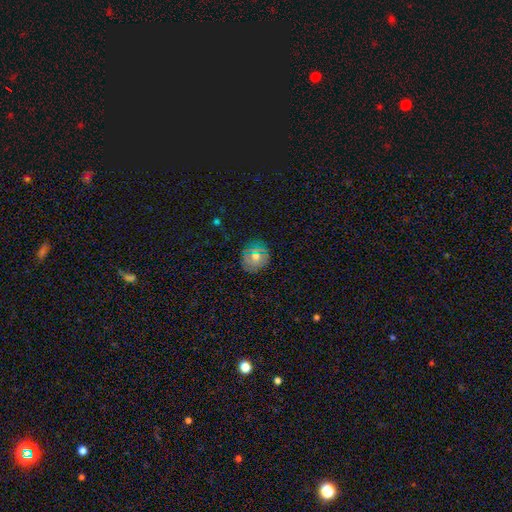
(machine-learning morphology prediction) The model was most divided on "smooth or featured": smooth: 64%, featured or disk: 19%, star or artifact: 17%. More confident: merging — none (85%); how rounded — round (84%).